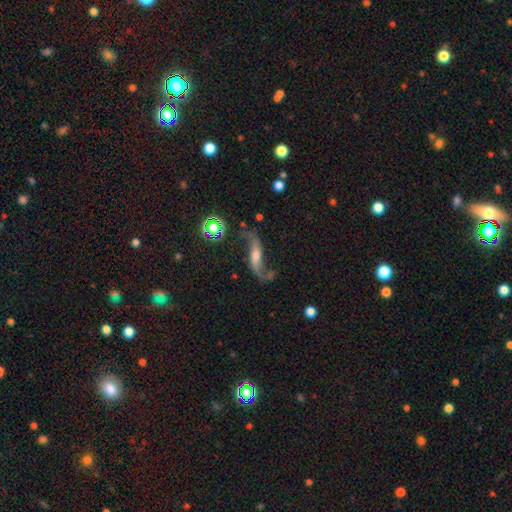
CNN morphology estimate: Q: Smooth or featured?
A: featured or disk (81%); runner-up: smooth (11%)
Q: Edge-on disk?
A: no (85%); runner-up: yes (15%)
Q: Bar?
A: no (39%); runner-up: weak (35%)
Q: Spiral arms?
A: yes (94%); runner-up: no (6%)
Q: Spiral winding?
A: loose (92%); runner-up: medium (6%)
Q: Spiral arm count?
A: 2 (92%); runner-up: 1 (3%)
Q: Bulge size?
A: moderate (46%); runner-up: small (33%)
Q: Merging?
A: none (66%); runner-up: minor disturbance (17%)